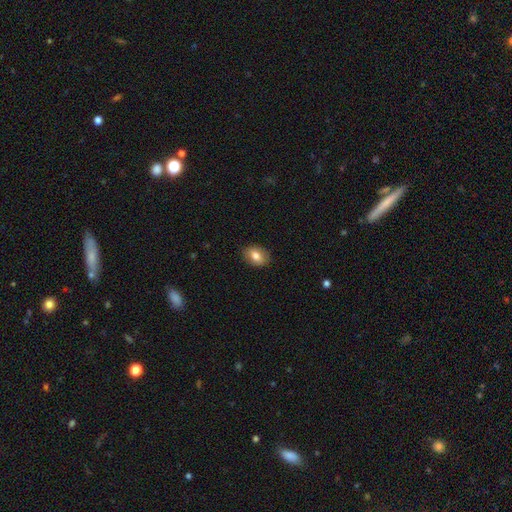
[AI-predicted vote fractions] This is likely a smooth galaxy (76%). How rounded: likely in between (75%). Merging: clearly none (86%).